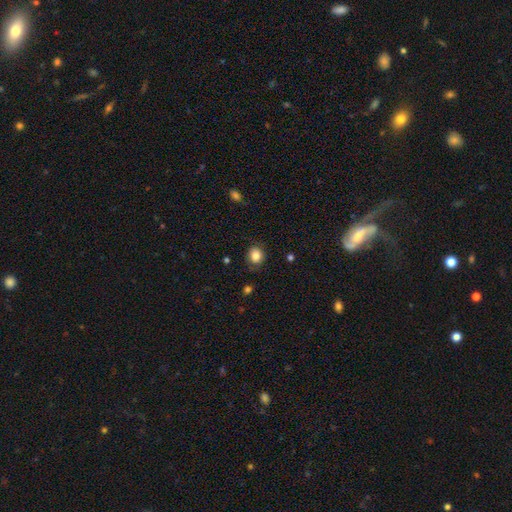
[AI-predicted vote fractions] This is clearly a smooth galaxy (84%). How rounded: likely round (67%). Merging: likely none (78%).